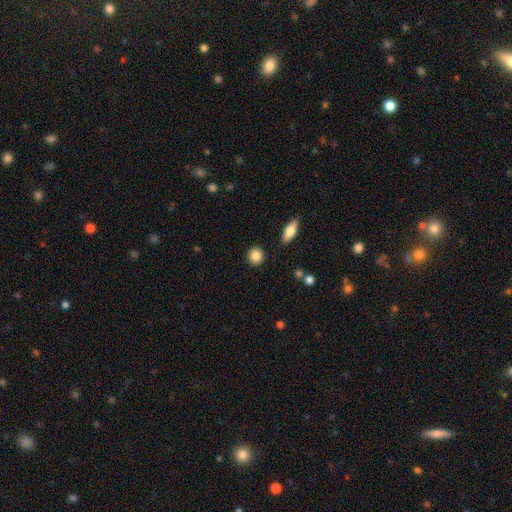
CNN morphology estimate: Q: Smooth or featured?
A: smooth (86%); runner-up: star or artifact (8%)
Q: How rounded?
A: round (84%); runner-up: in between (14%)
Q: Merging?
A: none (90%); runner-up: minor disturbance (7%)